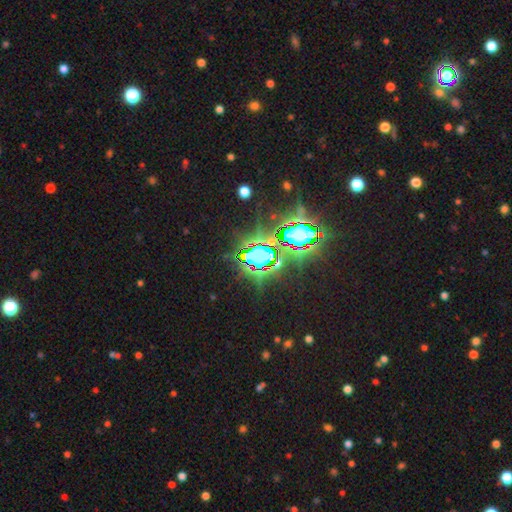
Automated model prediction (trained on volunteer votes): Morphology: type=star or artifact (82%).